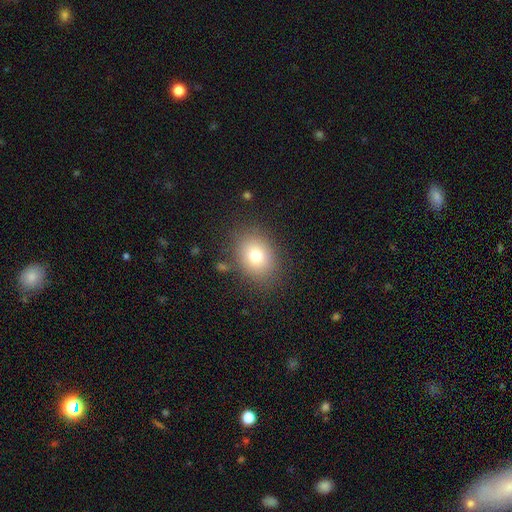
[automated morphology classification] smooth 75%, star or artifact 13%, featured or disk 12%. Down the decision tree: how rounded — round (50%); merging — none (83%).